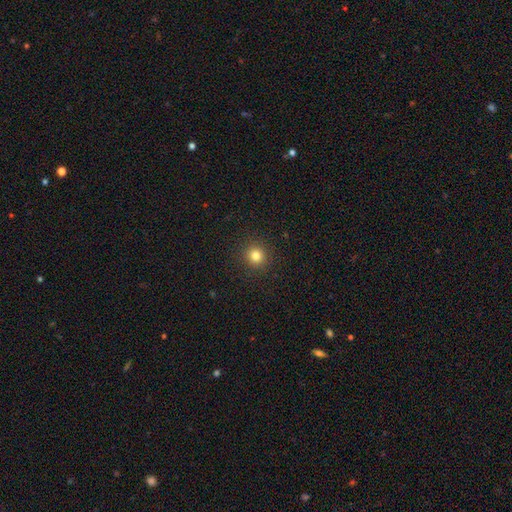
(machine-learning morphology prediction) A smooth galaxy with no disk features (81%) that is round (94%).

Vote fractions:
- Smooth or featured? smooth: 81% / star or artifact: 13% / featured or disk: 5%
- How rounded? round: 94% / in between: 5% / cigar-shaped: 1%
- Merging? none: 92% / minor disturbance: 5% / major disturbance: 2% / merger: 1%